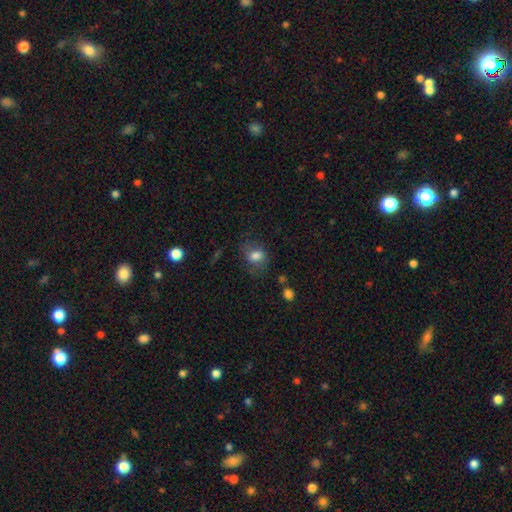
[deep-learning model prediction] This is likely a smooth galaxy (76%). How rounded: likely in between (66%). Merging: likely none (60%).